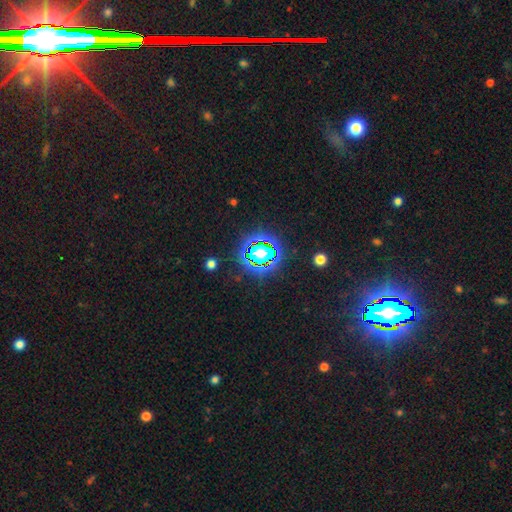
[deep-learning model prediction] Smooth or featured?
  - star or artifact: 77% *
  - smooth: 14%
  - featured or disk: 9%